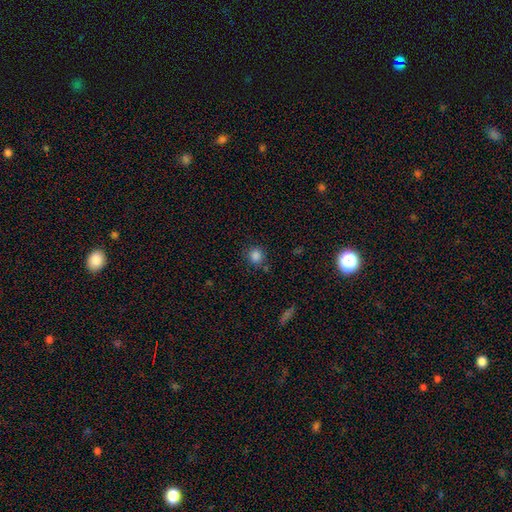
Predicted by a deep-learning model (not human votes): Smooth or featured? smooth (83%)
How rounded? round (87%)
Merging? none (79%)